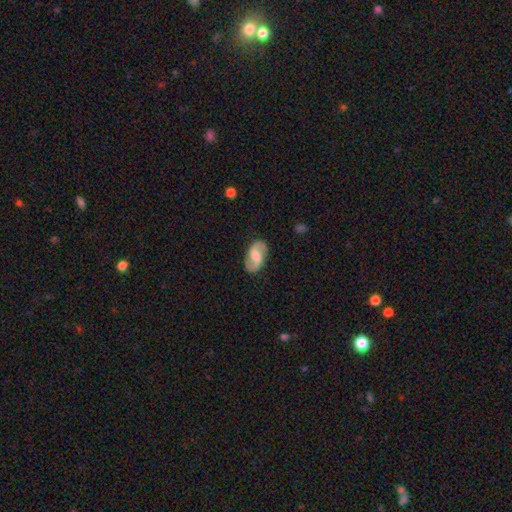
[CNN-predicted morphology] A featured or disk galaxy (79%) with a weak bar (52%), 2 (93%) loose (46%) spiral arms (95%) and a moderate central bulge (49%). Merging: none (84%).